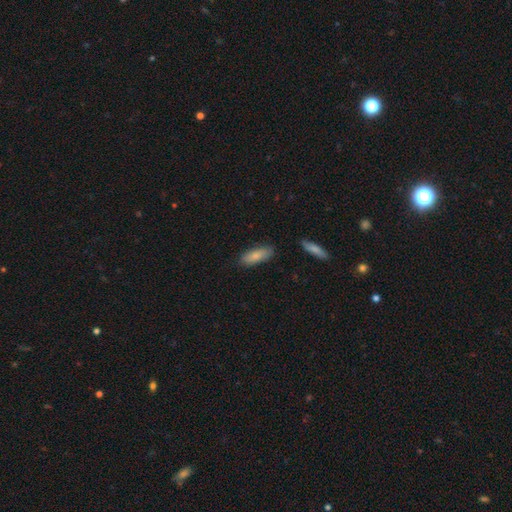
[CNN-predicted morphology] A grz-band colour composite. It shows a smooth galaxy with no disk features (81%) that is in between round and cigar-shaped (65%). Merging: none (82%).